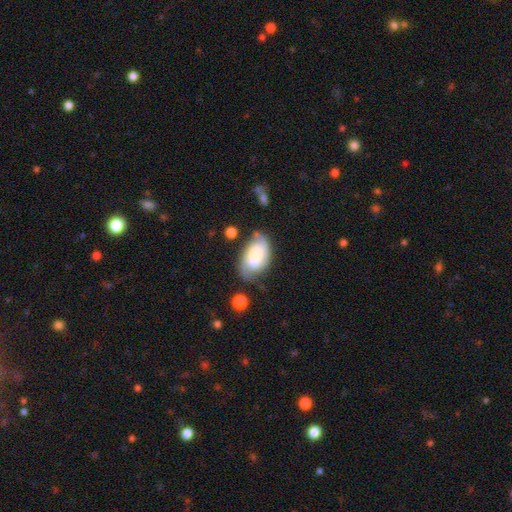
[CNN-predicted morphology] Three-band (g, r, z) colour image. It shows a smooth galaxy with no disk features (51%) that is in between round and cigar-shaped (93%). Merging: none (55%).